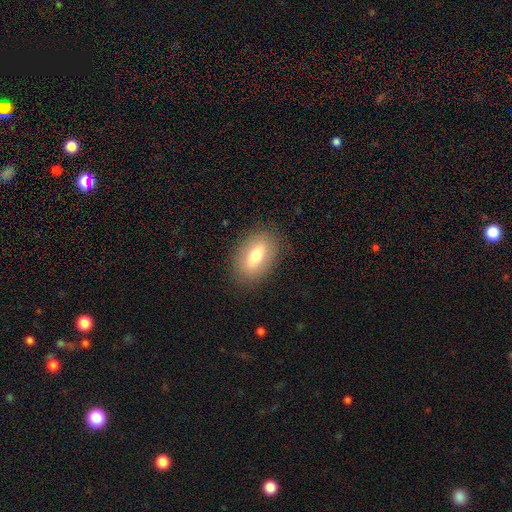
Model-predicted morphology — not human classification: This appears to be a smooth galaxy with no disk features (69%) that is in between round and cigar-shaped (87%). Merging: none (86%).